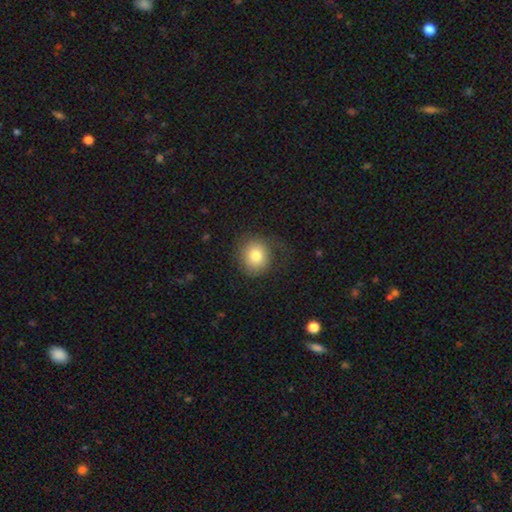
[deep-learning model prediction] This appears to be a smooth galaxy with no disk features (79%) that is round (82%). Merging: none (71%).